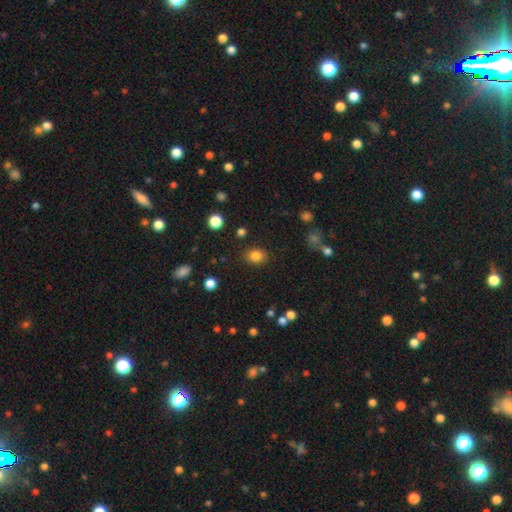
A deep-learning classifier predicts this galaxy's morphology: type=smooth (83%); roundness=round (56%); merging=none (84%).